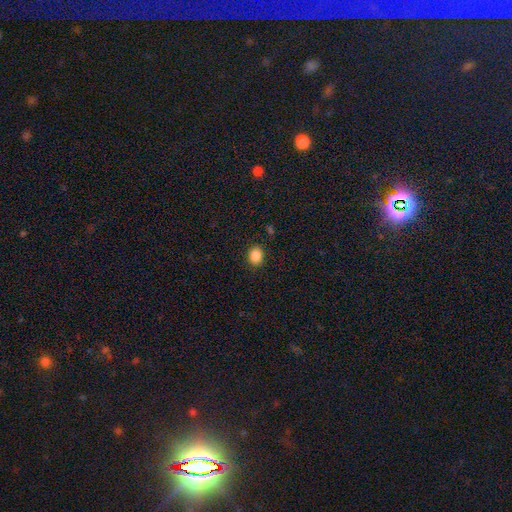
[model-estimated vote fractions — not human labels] Morphology: type=smooth (87%); roundness=round (54%); merging=none (89%).